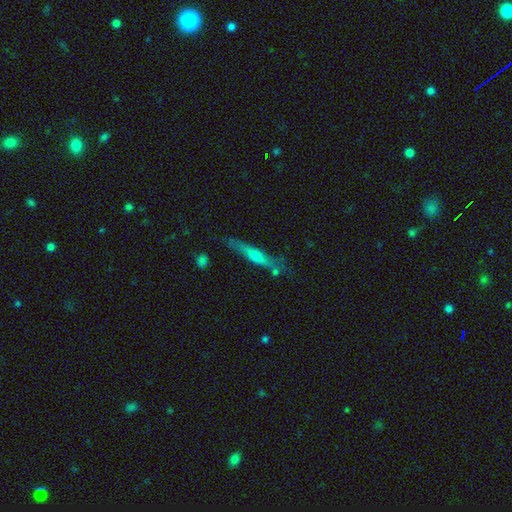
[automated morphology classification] This appears to be a featured or disk galaxy (55%) viewed edge-on (91%). Merging: none (71%).